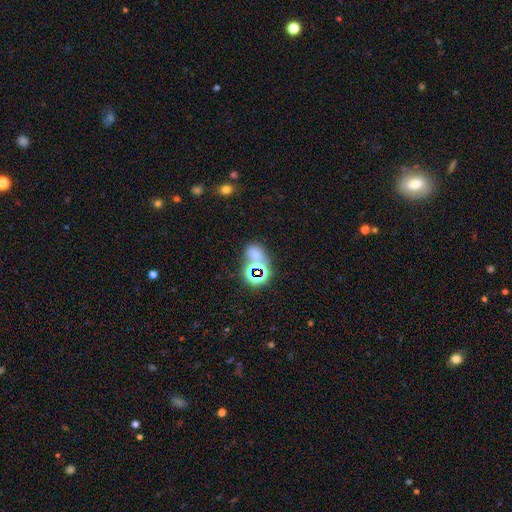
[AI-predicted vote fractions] smooth_or_featured: smooth (p=0.48) [alt: star or artifact p=0.42]
merging: none (p=0.52) [alt: merger p=0.24]